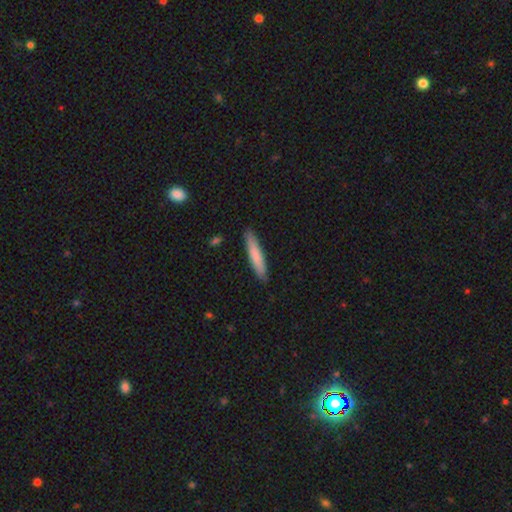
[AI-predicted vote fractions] smooth_or_featured: smooth (p=0.77) [alt: featured or disk p=0.18]
how_rounded: cigar-shaped (p=0.92) [alt: in between p=0.07]
merging: none (p=0.89) [alt: minor disturbance p=0.08]